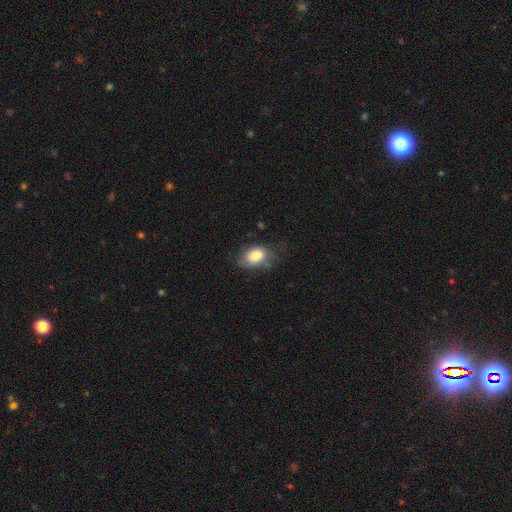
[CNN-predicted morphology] type=smooth (77%); roundness=in between (85%); merging=none (48%).